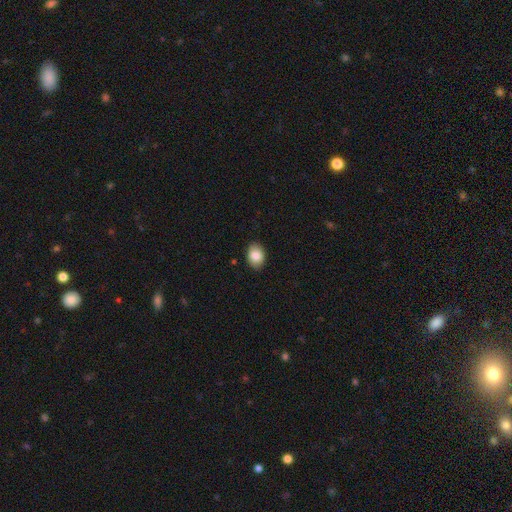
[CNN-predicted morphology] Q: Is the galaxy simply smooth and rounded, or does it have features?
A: smooth — 87%.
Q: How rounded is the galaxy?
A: in between — 75%.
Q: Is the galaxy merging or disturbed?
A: none — 88%.